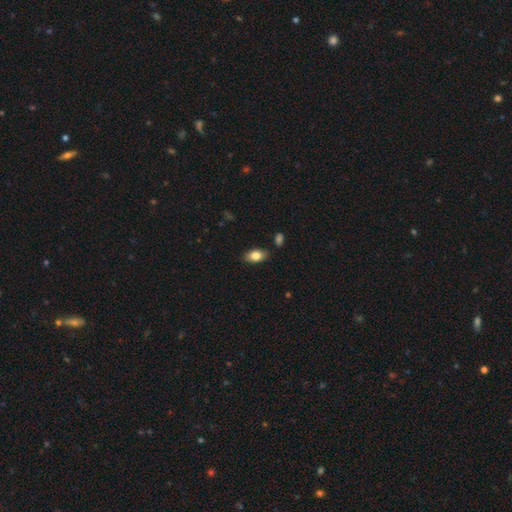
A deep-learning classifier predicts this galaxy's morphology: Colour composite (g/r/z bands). It shows a smooth galaxy with no disk features (82%) that is in between round and cigar-shaped (91%). Merging: none (84%).